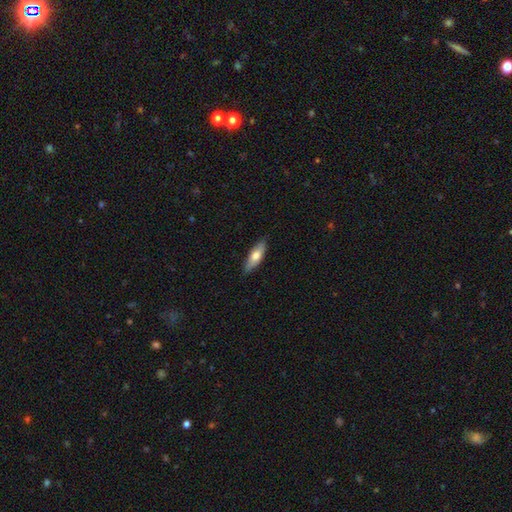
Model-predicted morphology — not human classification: type=smooth (63%); roundness=in between (53%); merging=none (86%).